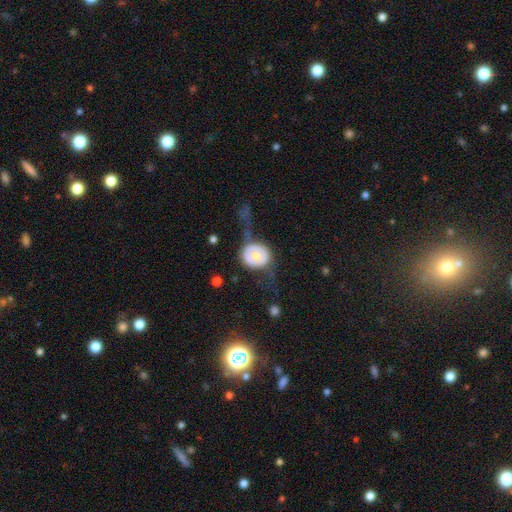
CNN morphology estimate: featured or disk 47% (tied), smooth 47% (tied), star or artifact 6%. Down the decision tree: merging — none (44%).